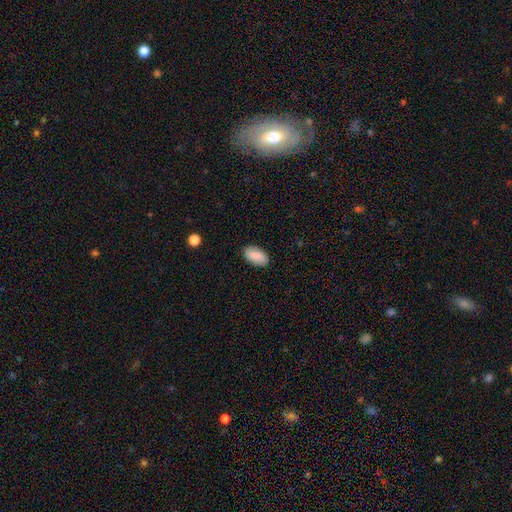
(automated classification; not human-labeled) Overall: smooth (86%). How rounded: in between (94%). Merging: none (86%).